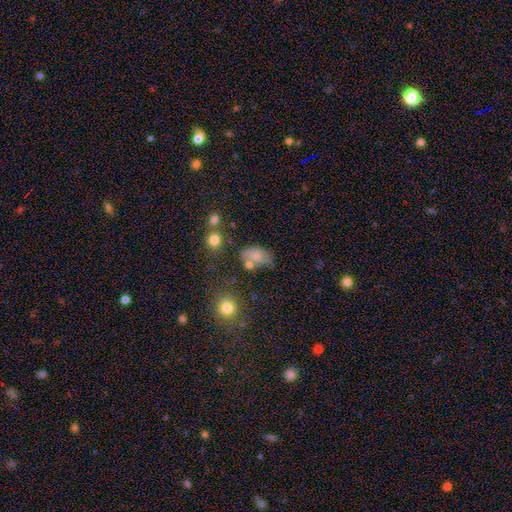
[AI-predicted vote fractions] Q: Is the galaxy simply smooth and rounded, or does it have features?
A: smooth — 67%.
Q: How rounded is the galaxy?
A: in between — 80%.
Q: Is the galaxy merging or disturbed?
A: none — 42%.